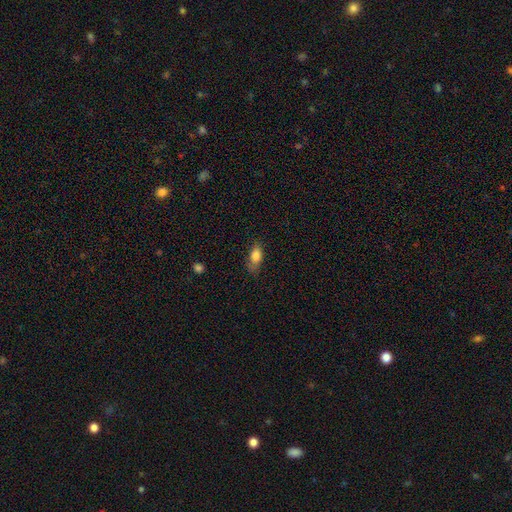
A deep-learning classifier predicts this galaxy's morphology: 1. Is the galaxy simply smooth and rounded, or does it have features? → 81% smooth, 11% featured or disk, 8% star or artifact.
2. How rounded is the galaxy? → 82% in between, 10% cigar-shaped, 7% round.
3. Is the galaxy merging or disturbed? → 68% none, 24% minor disturbance, 7% major disturbance, 2% merger.